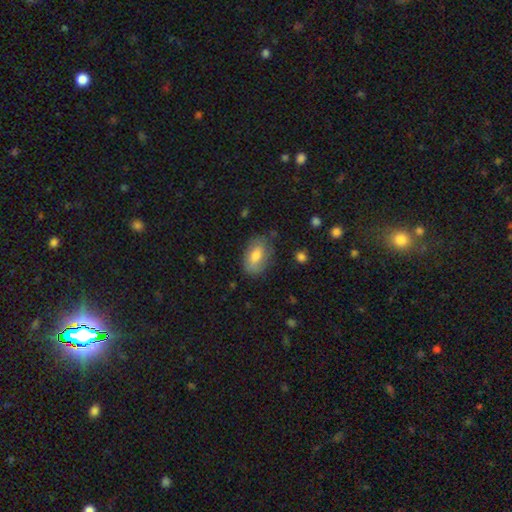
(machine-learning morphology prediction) This appears to be a smooth galaxy with no disk features (71%) that is in between round and cigar-shaped (90%). Merging: none (71%).